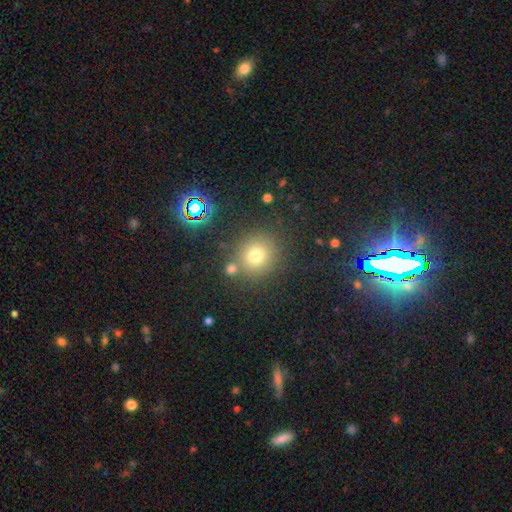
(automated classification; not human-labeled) A smooth galaxy with no disk features (72%) that is round (88%). Merging: none (77%).